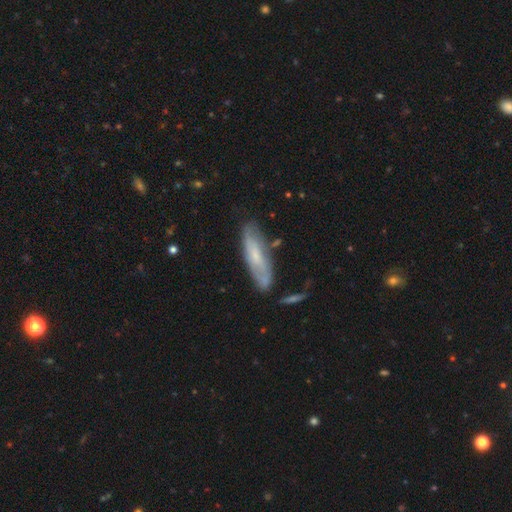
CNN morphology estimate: Smooth or featured? featured or disk (48%)
Merging? none (72%)